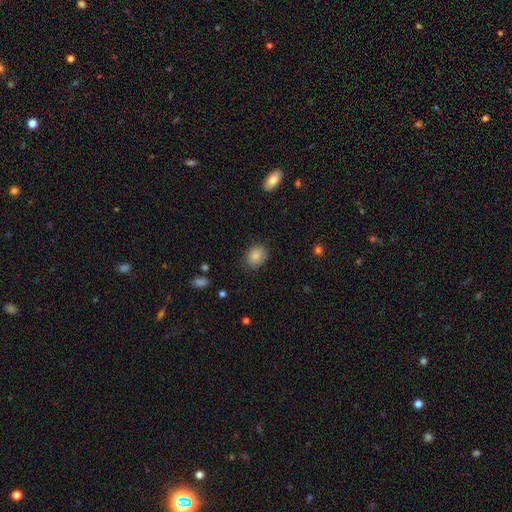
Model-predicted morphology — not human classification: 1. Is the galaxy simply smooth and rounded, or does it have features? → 86% smooth, 8% star or artifact, 6% featured or disk.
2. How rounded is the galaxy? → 59% in between, 40% round, 1% cigar-shaped.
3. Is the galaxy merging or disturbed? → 80% none, 15% minor disturbance, 4% major disturbance, 1% merger.